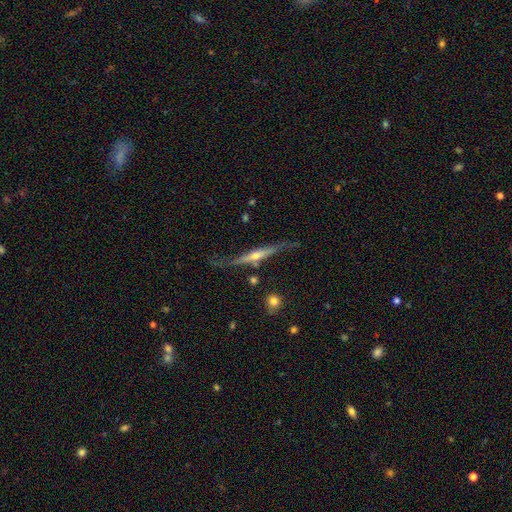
Q: Smooth or featured?
A: featured or disk (82%); runner-up: smooth (10%)
Q: Edge-on disk?
A: yes (91%); runner-up: no (9%)
Q: Edge-on bulge?
A: rounded (60%); runner-up: none (37%)
Q: Merging?
A: none (62%); runner-up: minor disturbance (27%)